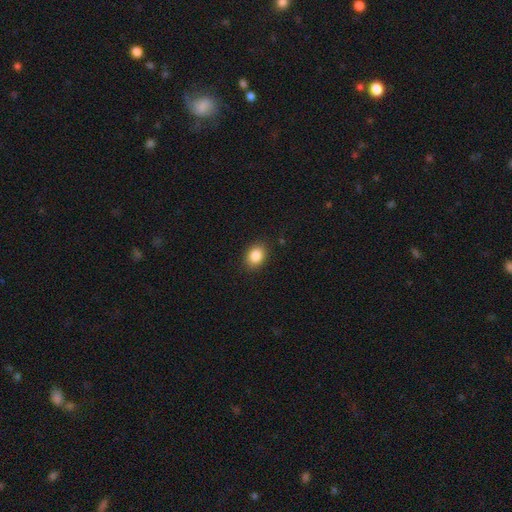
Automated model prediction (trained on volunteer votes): smooth_or_featured: smooth (p=0.86) [alt: star or artifact p=0.09]
how_rounded: in between (p=0.64) [alt: round p=0.35]
merging: none (p=0.87) [alt: minor disturbance p=0.09]